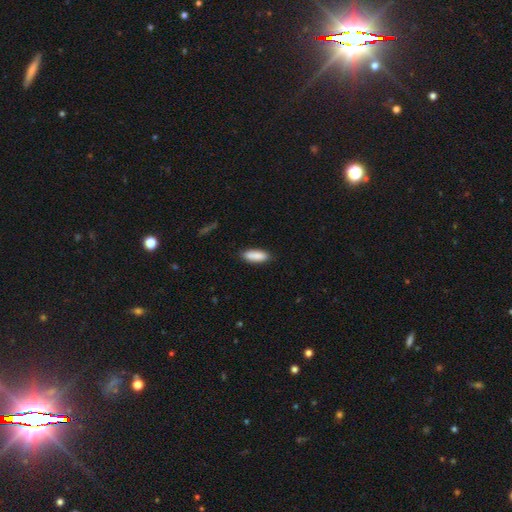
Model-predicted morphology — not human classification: smooth-or-featured: smooth: 89% | star or artifact: 6% | featured or disk: 5%
  how-rounded: in between: 63% | cigar-shaped: 35% | round: 2%
  merging: none: 87% | minor disturbance: 10% | major disturbance: 2% | merger: 1%